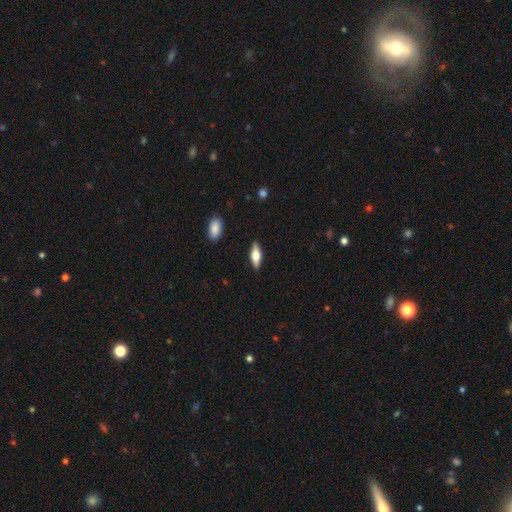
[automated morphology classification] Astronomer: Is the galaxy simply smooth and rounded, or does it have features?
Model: smooth — 49% (runner-up: featured or disk, 45%).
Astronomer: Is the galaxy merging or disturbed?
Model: none — 88%.